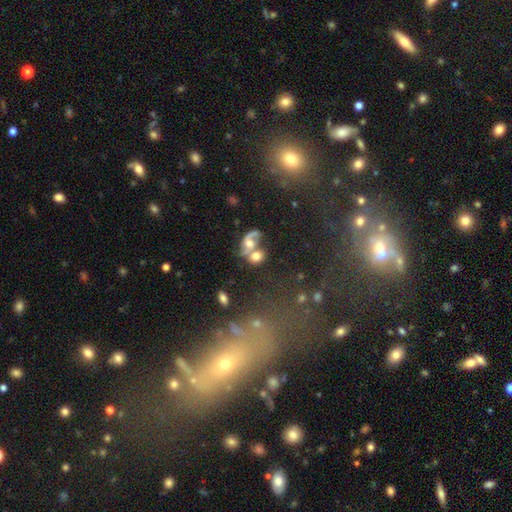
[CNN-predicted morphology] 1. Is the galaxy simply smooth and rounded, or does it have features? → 45% smooth, 43% featured or disk, 13% star or artifact.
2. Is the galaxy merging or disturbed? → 66% merger, 18% none, 9% major disturbance, 8% minor disturbance.